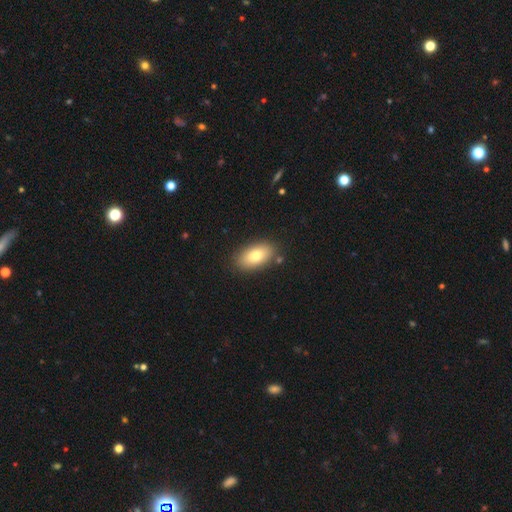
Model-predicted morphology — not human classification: smooth_or_featured: smooth (p=0.78) [alt: featured or disk p=0.14]
how_rounded: in between (p=0.92) [alt: round p=0.05]
merging: none (p=0.85) [alt: minor disturbance p=0.10]